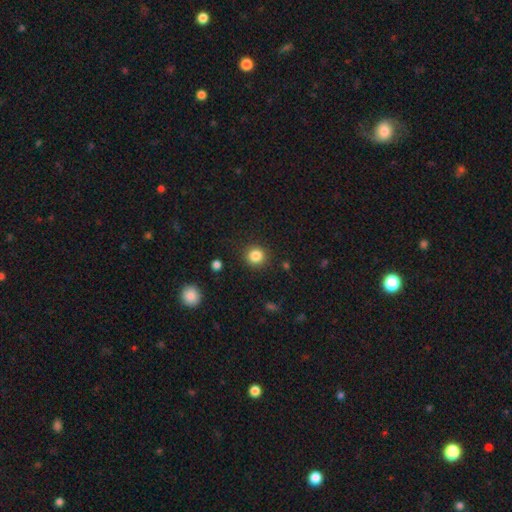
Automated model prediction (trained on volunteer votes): Overall: smooth (85%). How rounded: round (92%). Merging: none (90%).